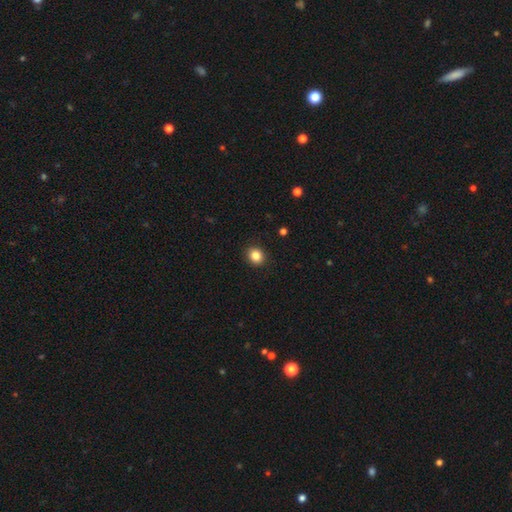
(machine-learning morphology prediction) Smooth or featured: smooth — 84% (star or artifact — 11%)
How rounded: round — 76% (in between — 23%)
Merging: none — 91% (minor disturbance — 6%)